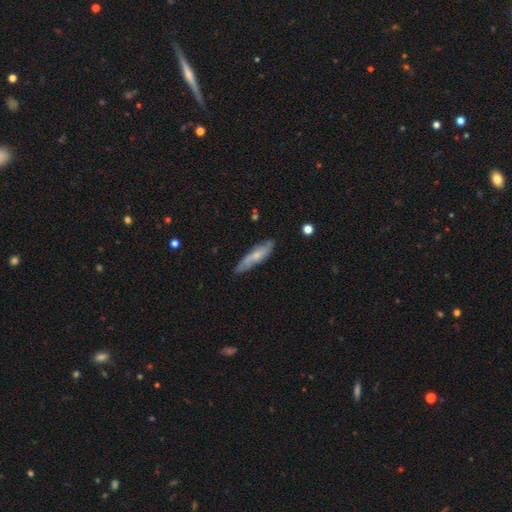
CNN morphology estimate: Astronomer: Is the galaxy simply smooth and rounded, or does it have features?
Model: smooth — 48% (runner-up: featured or disk, 46%).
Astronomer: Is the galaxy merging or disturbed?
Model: none — 79%.